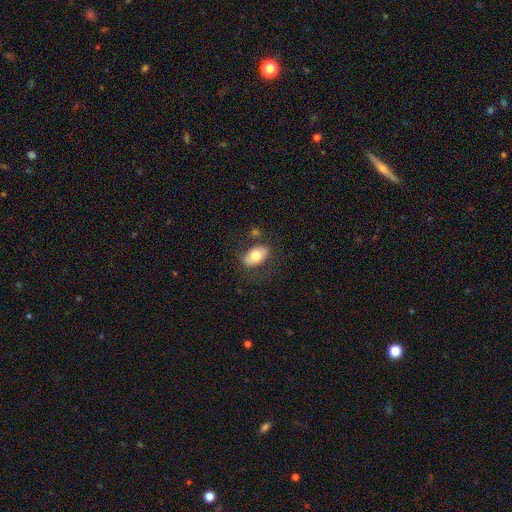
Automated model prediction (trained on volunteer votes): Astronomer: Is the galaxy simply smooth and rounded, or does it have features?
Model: smooth — 71%.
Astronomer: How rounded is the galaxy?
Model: in between — 90%.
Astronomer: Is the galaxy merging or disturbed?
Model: none — 71%.